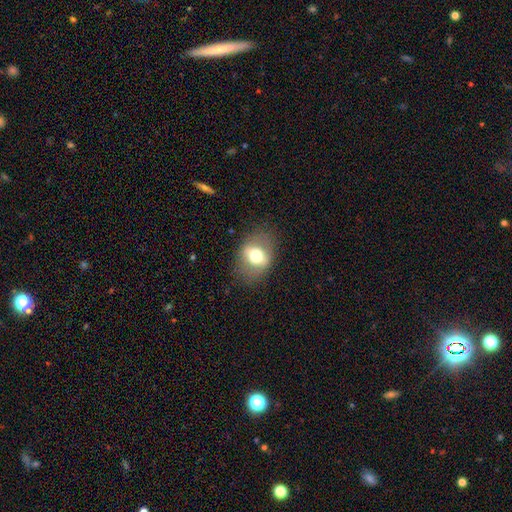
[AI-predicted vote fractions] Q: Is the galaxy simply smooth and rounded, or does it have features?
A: smooth — 58%.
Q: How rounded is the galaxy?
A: in between — 70%.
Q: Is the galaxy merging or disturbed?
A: none — 77%.